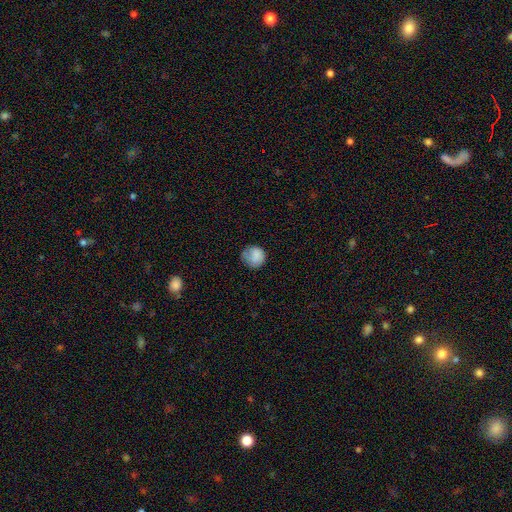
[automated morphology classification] The model was most divided on "merging": none: 64%, minor disturbance: 26%, major disturbance: 8%, merger: 2%. More confident: how rounded — round (86%); smooth or featured — smooth (82%).